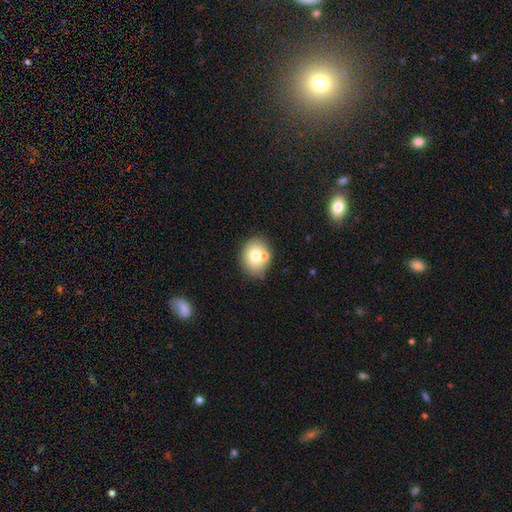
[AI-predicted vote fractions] Smooth or featured? Predicted: smooth (p=0.71). How rounded? Predicted: round (p=0.53). Merging? Predicted: none (p=0.65).